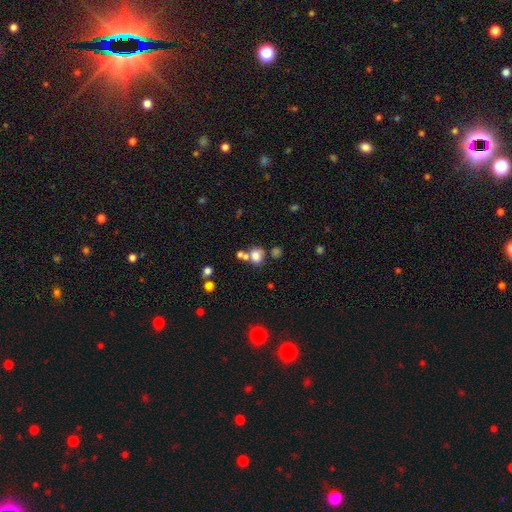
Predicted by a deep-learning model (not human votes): Smooth or featured? Predicted: smooth (p=0.77). How rounded? Predicted: round (p=0.60). Merging? Predicted: none (p=0.53).